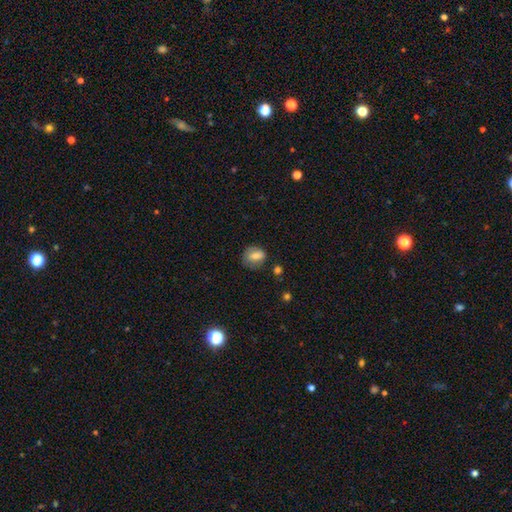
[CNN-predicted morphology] smooth 73%, featured or disk 18%, star or artifact 9%. Down the decision tree: how rounded — round (56%); merging — none (62%).